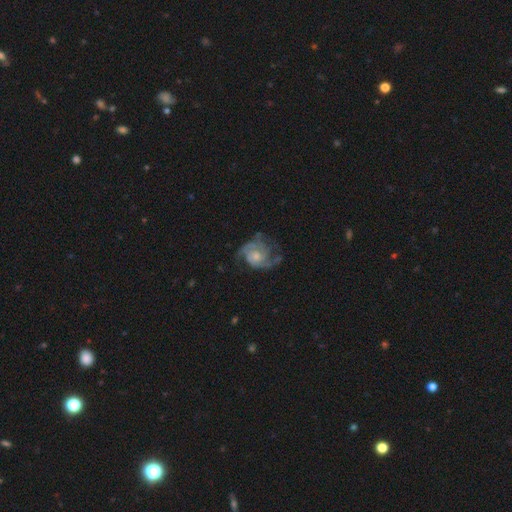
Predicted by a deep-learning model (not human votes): A featured or disk galaxy (82%) with no bar (75%), 2 (36%) medium (44%) spiral arms (93%) and a moderate central bulge (49%). Merging: none (54%).